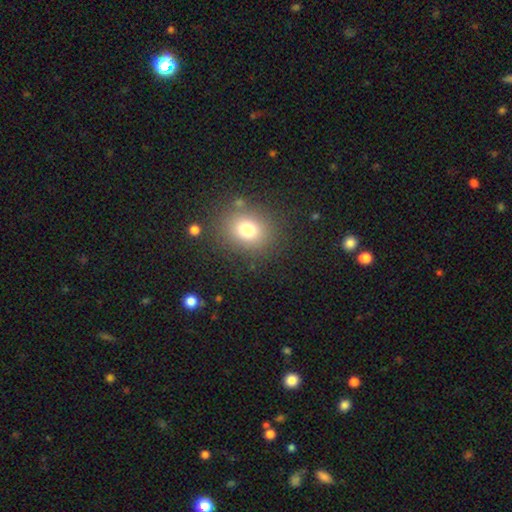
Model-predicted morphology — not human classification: Smooth or featured: smooth — 65% (star or artifact — 28%)
How rounded: round — 79% (in between — 20%)
Merging: none — 89% (minor disturbance — 6%)